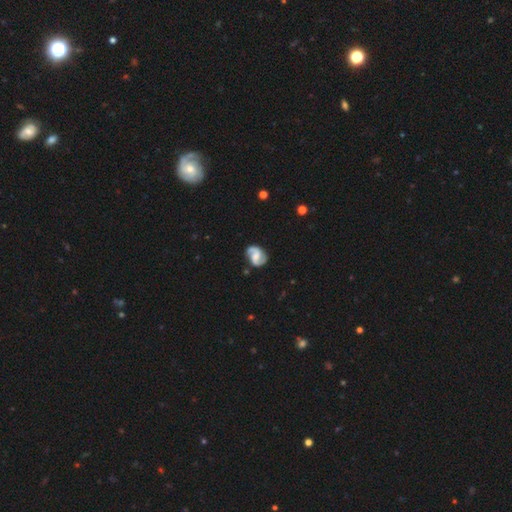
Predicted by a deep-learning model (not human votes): smooth_or_featured: featured or disk (p=0.85) [alt: smooth p=0.10]
disk_edge_on: no (p=0.98) [alt: yes p=0.02]
bar: weak (p=0.47) [alt: no p=0.33]
has_spiral_arms: yes (p=0.97) [alt: no p=0.03]
spiral_winding: medium (p=0.51) [alt: loose p=0.29]
spiral_arm_count: 2 (p=0.92) [alt: can't tell p=0.02]
bulge_size: moderate (p=0.36) [alt: small p=0.30]
merging: none (p=0.77) [alt: minor disturbance p=0.15]